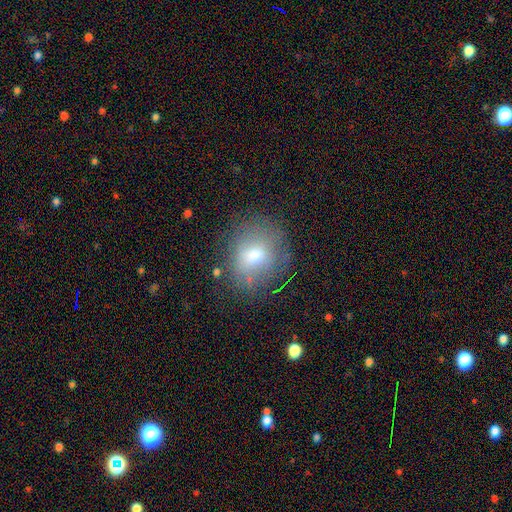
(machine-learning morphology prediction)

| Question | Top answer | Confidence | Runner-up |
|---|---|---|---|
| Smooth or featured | smooth | 67% | featured or disk (20%) |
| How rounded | round | 68% | in between (31%) |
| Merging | none | 71% | minor disturbance (18%) |